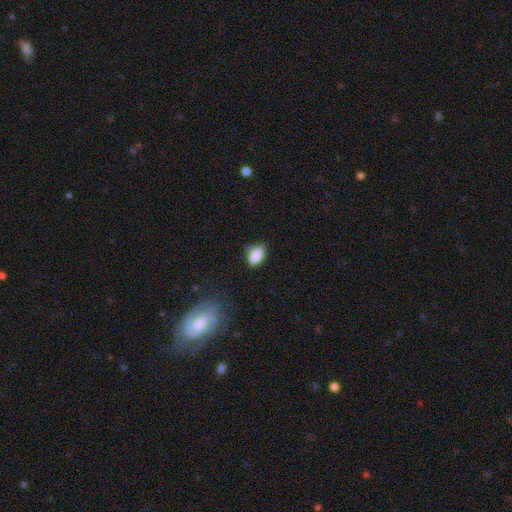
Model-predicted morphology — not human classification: Q: Smooth or featured?
A: smooth (85%); runner-up: star or artifact (9%)
Q: How rounded?
A: in between (88%); runner-up: round (9%)
Q: Merging?
A: none (57%); runner-up: minor disturbance (33%)